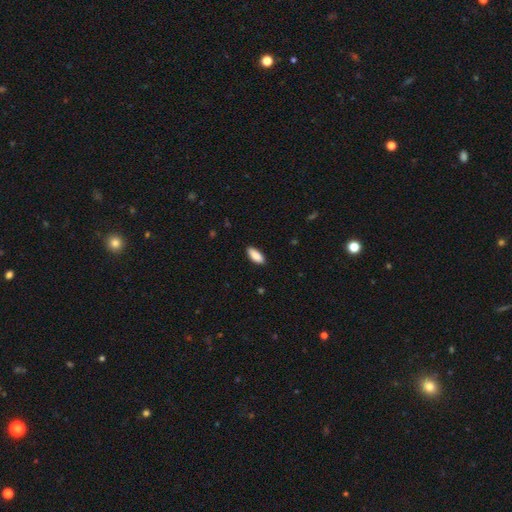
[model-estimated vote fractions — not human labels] Smooth or featured: smooth — 89% (star or artifact — 6%)
How rounded: in between — 82% (cigar-shaped — 16%)
Merging: none — 88% (minor disturbance — 9%)